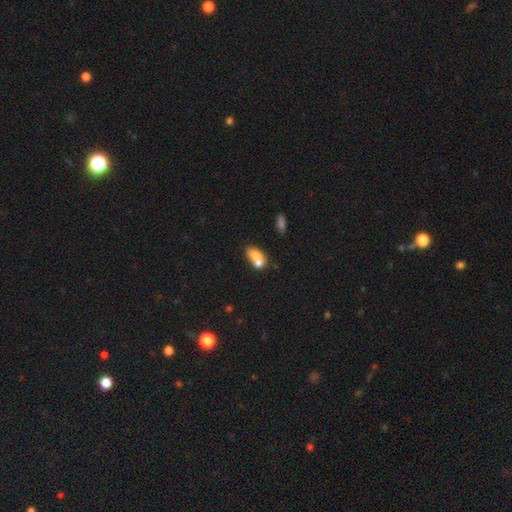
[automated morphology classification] This appears to be a smooth galaxy with no disk features (69%) that is in between round and cigar-shaped (72%). Merging: merger (65%).